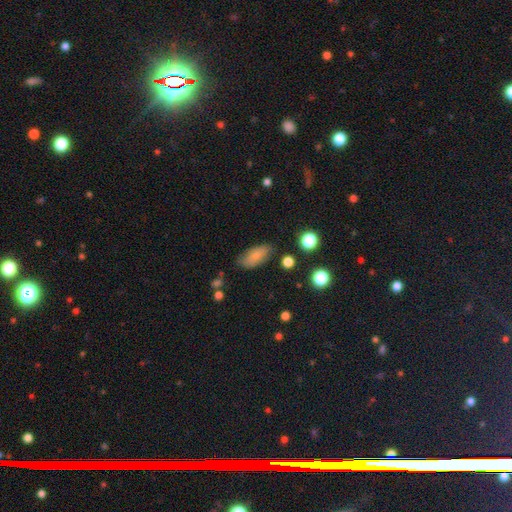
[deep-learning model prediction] smooth_or_featured: smooth (p=0.80) [alt: featured or disk p=0.12]
how_rounded: in between (p=0.86) [alt: cigar-shaped p=0.11]
merging: none (p=0.77) [alt: minor disturbance p=0.17]